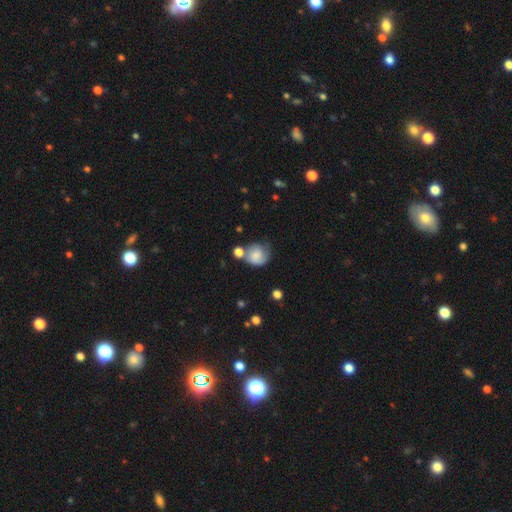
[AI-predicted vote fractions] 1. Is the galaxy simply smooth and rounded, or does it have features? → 66% smooth, 25% featured or disk, 9% star or artifact.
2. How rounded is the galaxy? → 76% round, 23% in between, 1% cigar-shaped.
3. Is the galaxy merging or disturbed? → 42% none, 25% minor disturbance, 19% merger, 14% major disturbance.